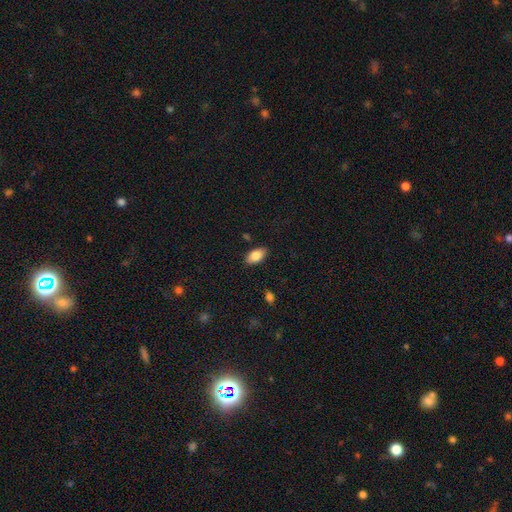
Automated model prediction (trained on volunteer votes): Q: Smooth or featured?
A: smooth (83%); runner-up: featured or disk (10%)
Q: How rounded?
A: in between (93%); runner-up: cigar-shaped (3%)
Q: Merging?
A: none (87%); runner-up: minor disturbance (10%)